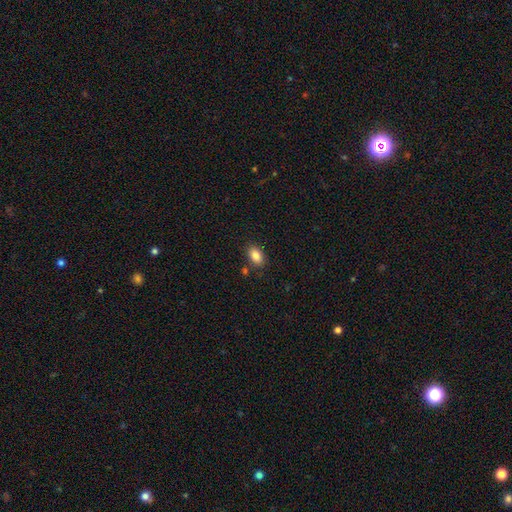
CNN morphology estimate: Smooth or featured: smooth — 85% (star or artifact — 8%)
How rounded: in between — 88% (round — 11%)
Merging: none — 83% (minor disturbance — 11%)